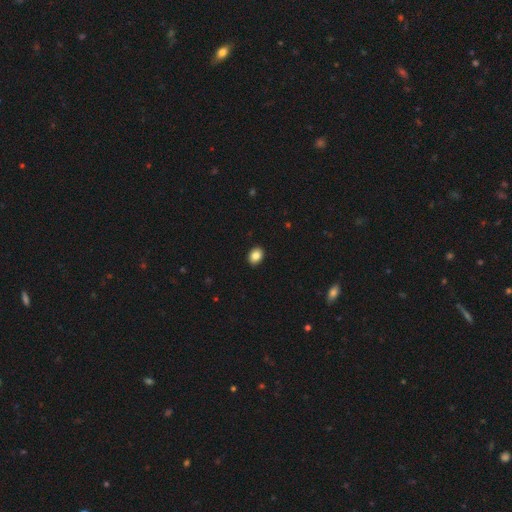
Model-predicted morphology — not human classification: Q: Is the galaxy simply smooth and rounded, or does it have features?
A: smooth — 86%.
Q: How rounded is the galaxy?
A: in between — 59%.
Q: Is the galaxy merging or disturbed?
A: none — 92%.